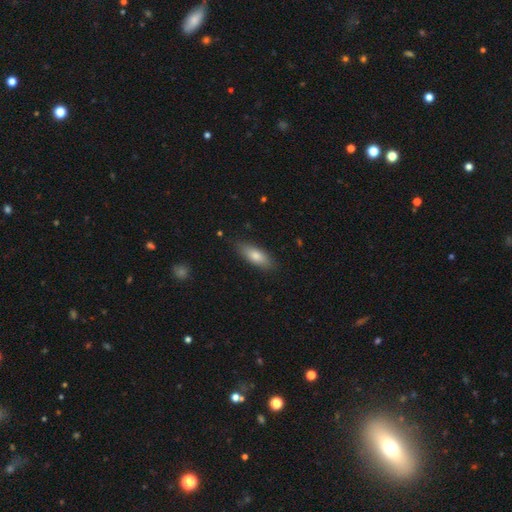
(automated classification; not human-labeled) Smooth or featured? Predicted: smooth (p=0.78). How rounded? Predicted: in between (p=0.67). Merging? Predicted: none (p=0.84).